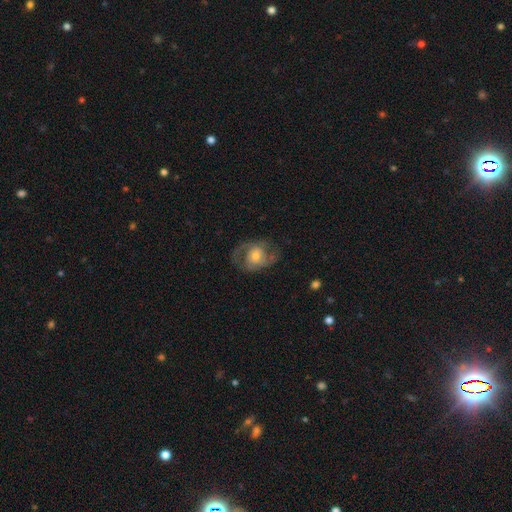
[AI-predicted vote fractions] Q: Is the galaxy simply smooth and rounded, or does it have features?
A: featured or disk — 72%.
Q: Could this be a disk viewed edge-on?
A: no — 96%.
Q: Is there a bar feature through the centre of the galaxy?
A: no — 66%.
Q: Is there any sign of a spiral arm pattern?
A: yes — 82%.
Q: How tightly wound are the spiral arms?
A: medium — 51%.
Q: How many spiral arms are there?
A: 2 — 77%.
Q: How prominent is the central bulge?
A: moderate — 54%.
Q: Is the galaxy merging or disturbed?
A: none — 66%.